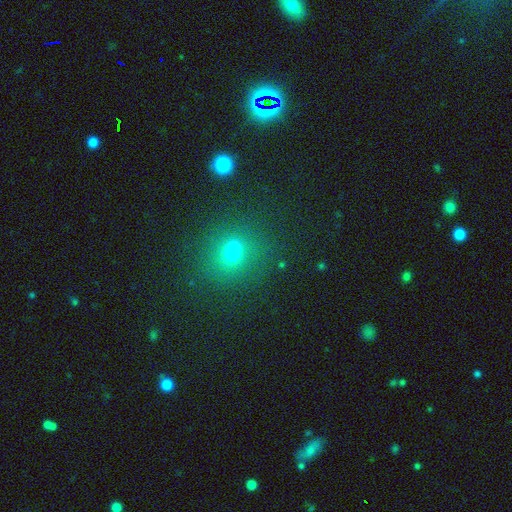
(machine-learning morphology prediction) This is possibly a smooth galaxy (53%). How rounded: clearly round (81%). Merging: clearly none (85%).